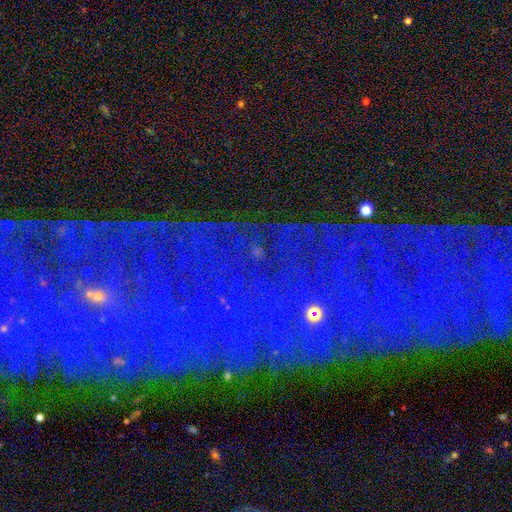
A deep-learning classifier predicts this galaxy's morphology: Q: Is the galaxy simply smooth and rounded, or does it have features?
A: star or artifact — 74%.